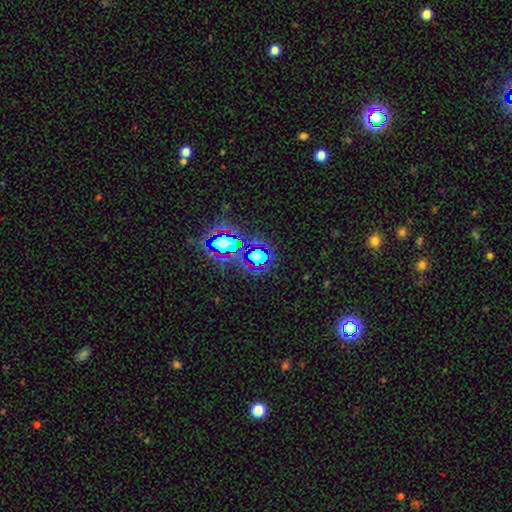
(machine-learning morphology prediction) star or artifact 65%, smooth 25%, featured or disk 10%.